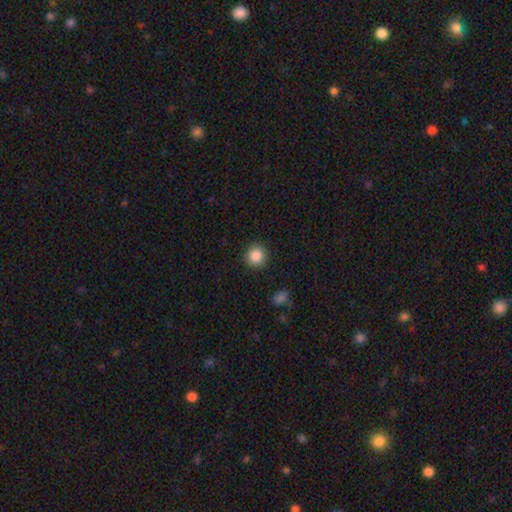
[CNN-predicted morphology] Smooth or featured: smooth — 87% (star or artifact — 9%)
How rounded: round — 93% (in between — 6%)
Merging: none — 91% (minor disturbance — 6%)